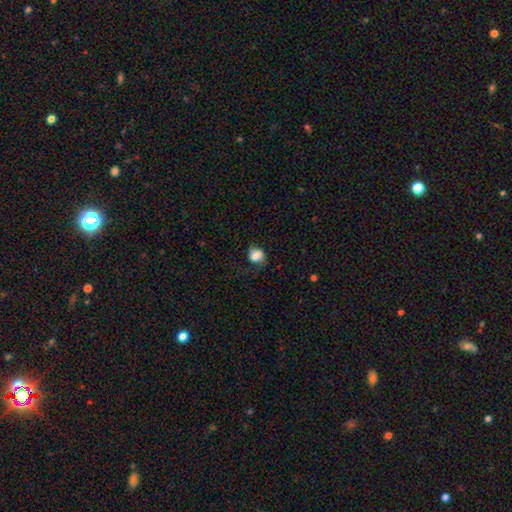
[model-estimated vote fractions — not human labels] A smooth galaxy with no disk features (77%) that is round (56%). Merging: none (55%).